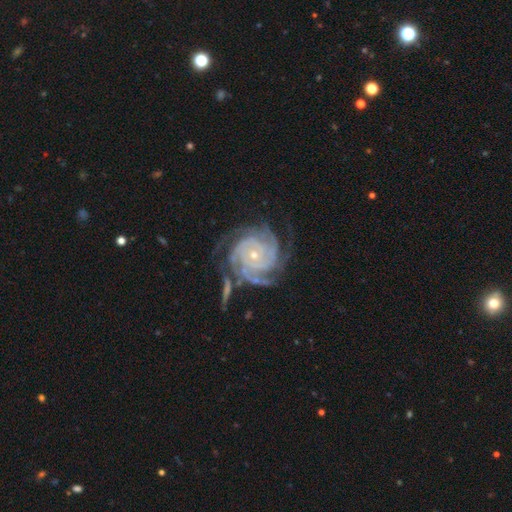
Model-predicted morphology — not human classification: Smooth or featured?
  - featured or disk: 91% *
  - star or artifact: 6%
  - smooth: 3%
Edge-on disk?
  - no: 98% *
  - yes: 2%
Bar?
  - no: 70% *
  - weak: 19%
  - strong: 11%
Spiral arms?
  - yes: 99% *
  - no: 1%
Spiral winding?
  - tight: 83% *
  - medium: 15%
  - loose: 2%
Spiral arm count?
  - 4: 37% *
  - 3: 28%
  - can't tell: 11%
  - 2: 10%
  - more than 4: 9%
  - 1: 6%
Bulge size?
  - small: 75% *
  - moderate: 22%
  - none: 1%
  - large: 1%
  - dominant: 1%
Merging?
  - none: 68% *
  - minor disturbance: 18%
  - major disturbance: 8%
  - merger: 6%